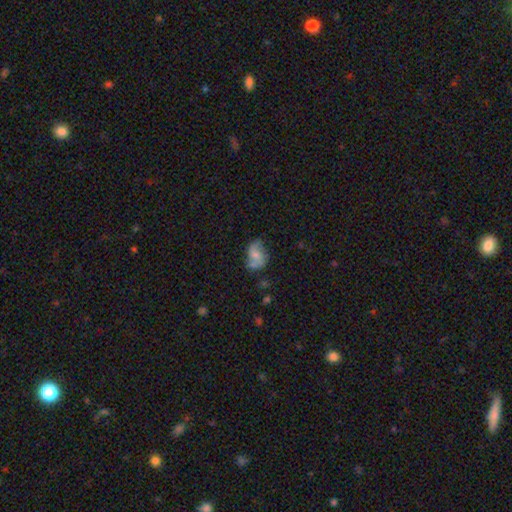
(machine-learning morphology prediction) Q: Smooth or featured?
A: featured or disk (52%); runner-up: smooth (39%)
Q: Edge-on disk?
A: no (97%); runner-up: yes (3%)
Q: Bar?
A: no (55%); runner-up: weak (36%)
Q: Spiral arms?
A: yes (83%); runner-up: no (17%)
Q: Bulge size?
A: small (40%); runner-up: moderate (34%)
Q: Merging?
A: none (52%); runner-up: minor disturbance (27%)